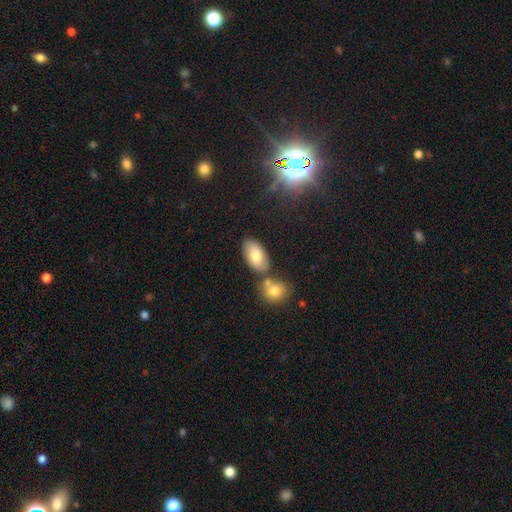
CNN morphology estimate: smooth-or-featured: smooth: 75% | featured or disk: 17% | star or artifact: 7%
  how-rounded: in between: 93% | round: 4% | cigar-shaped: 2%
  merging: none: 68% | merger: 16% | minor disturbance: 13% | major disturbance: 3%